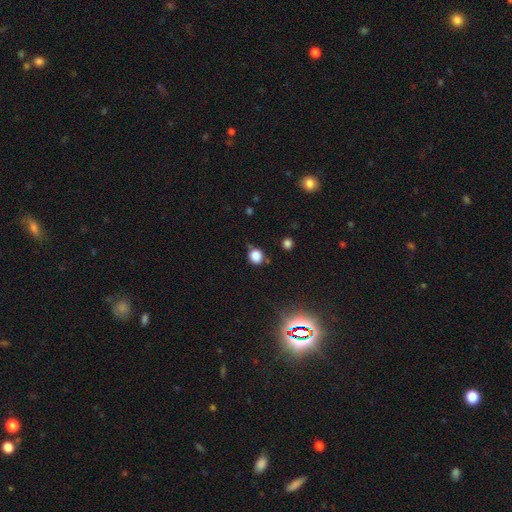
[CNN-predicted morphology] A smooth galaxy with no disk features (81%) that is round (80%). Merging: none (72%).